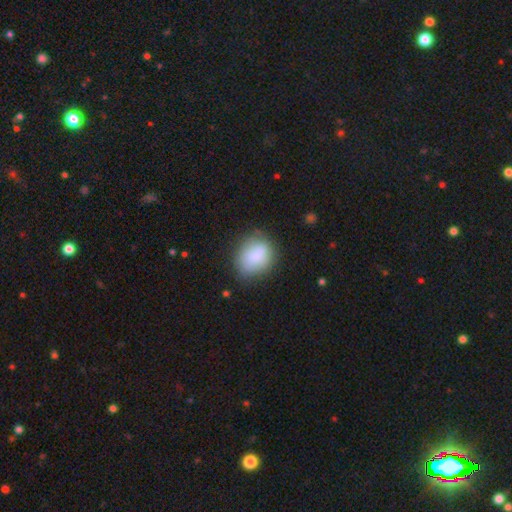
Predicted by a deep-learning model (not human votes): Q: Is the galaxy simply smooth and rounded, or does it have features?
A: smooth — 83%.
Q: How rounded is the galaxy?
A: round — 55%.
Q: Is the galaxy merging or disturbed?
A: none — 69%.